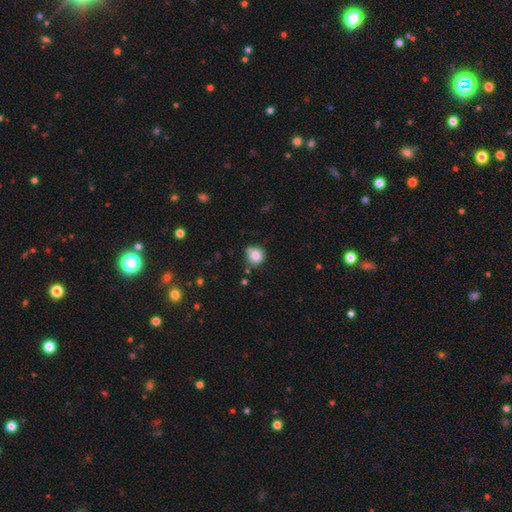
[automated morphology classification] This is clearly a smooth galaxy (84%). How rounded: clearly round (83%). Merging: likely none (62%).